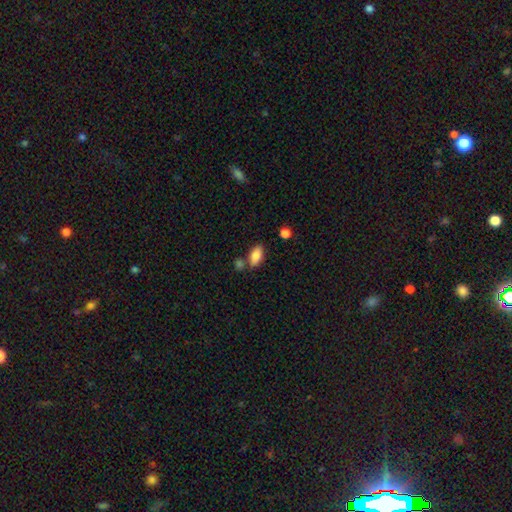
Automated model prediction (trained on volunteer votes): smooth 82%, featured or disk 10%, star or artifact 8%. Down the decision tree: how rounded — in between (88%); merging — none (67%).